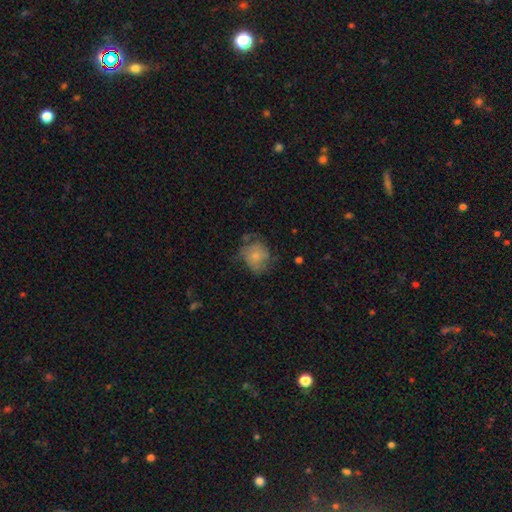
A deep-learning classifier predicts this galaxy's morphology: Smooth or featured? smooth (60%)
How rounded? round (70%)
Merging? none (44%)